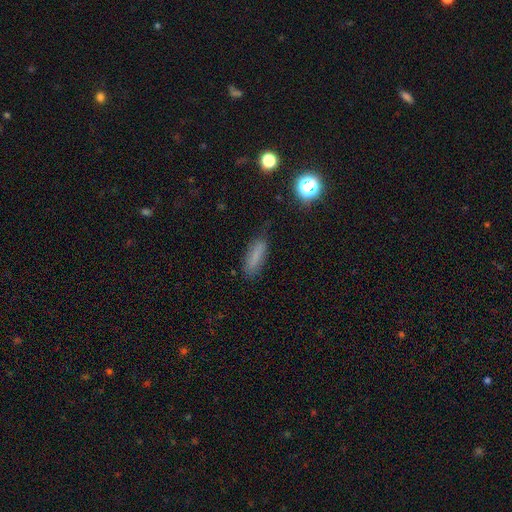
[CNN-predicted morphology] Overall: smooth (77%). How rounded: cigar-shaped (60%; in between 38%). Merging: none (78%).